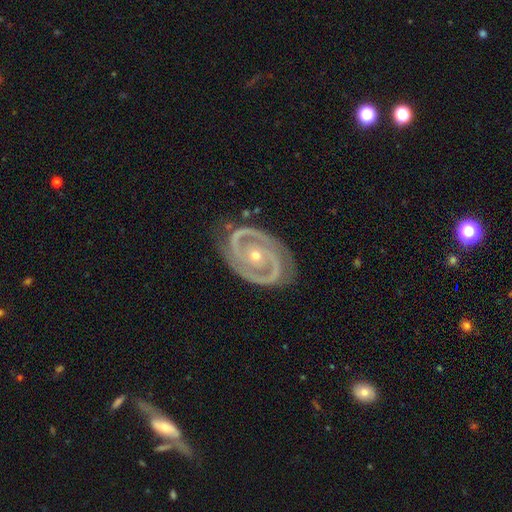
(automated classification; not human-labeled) This is clearly a featured or disk galaxy (92%). It is clearly not viewed edge-on (97%). Bar: likely no (68%). Spiral arm pattern: clearly yes (97%). Spiral arm count: clearly 2 (90%). Spiral winding: likely tight (62%). Central bulge: likely small (60%). Merging: likely none (79%).